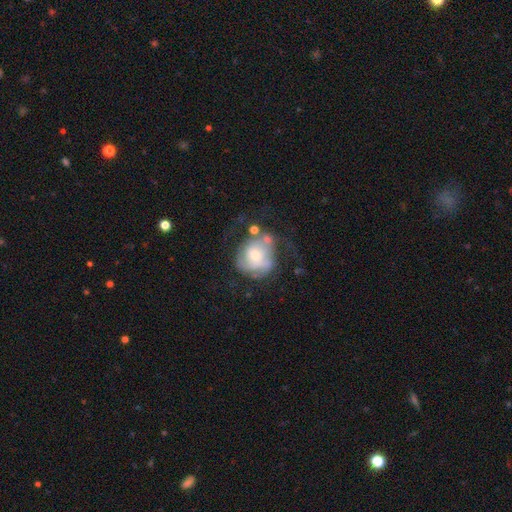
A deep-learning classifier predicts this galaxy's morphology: Smooth or featured? Predicted: featured or disk (p=0.58). Edge-on disk? Predicted: no (p=0.97). Bar? Predicted: no (p=0.71). Spiral arms? Predicted: yes (p=0.60). Bulge size? Predicted: small (p=0.51). Merging? Predicted: none (p=0.34).